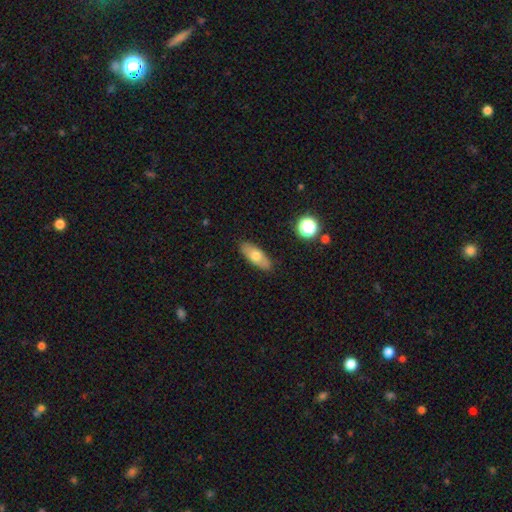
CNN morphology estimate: Smooth or featured? smooth (67%)
How rounded? in between (74%)
Merging? none (87%)